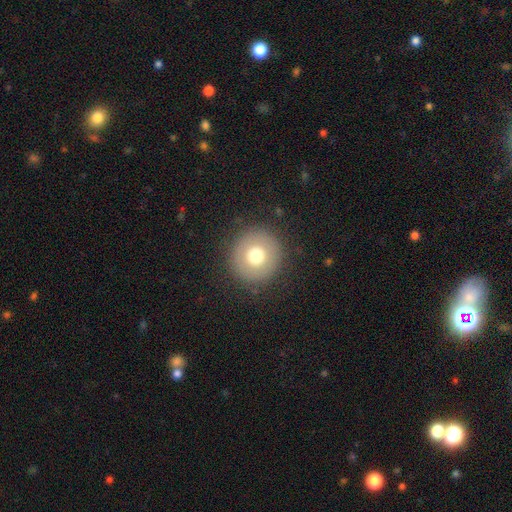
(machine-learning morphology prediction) Smooth or featured? Predicted: smooth (p=0.69). How rounded? Predicted: round (p=0.96). Merging? Predicted: none (p=0.89).